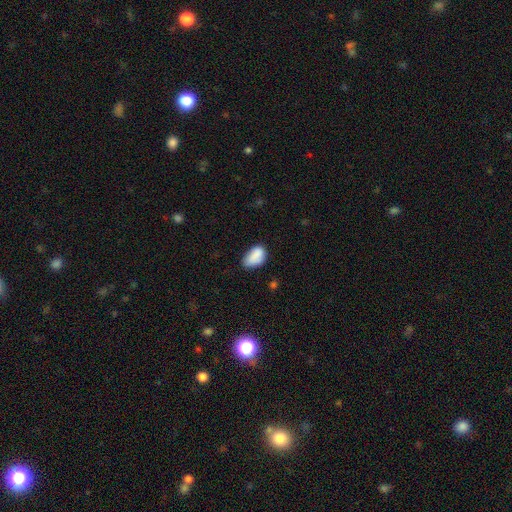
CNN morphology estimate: Smooth or featured?
  - smooth: 84% *
  - star or artifact: 8%
  - featured or disk: 8%
How rounded?
  - in between: 91% *
  - round: 7%
  - cigar-shaped: 2%
Merging?
  - none: 52% *
  - minor disturbance: 36%
  - major disturbance: 9%
  - merger: 3%